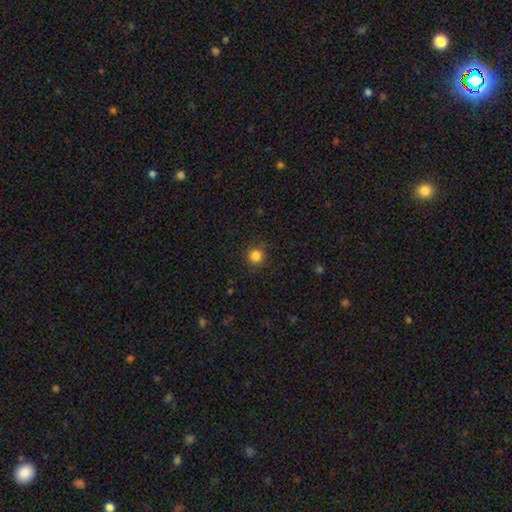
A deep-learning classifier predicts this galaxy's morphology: This is clearly a smooth galaxy (84%). How rounded: clearly round (94%). Merging: clearly none (89%).